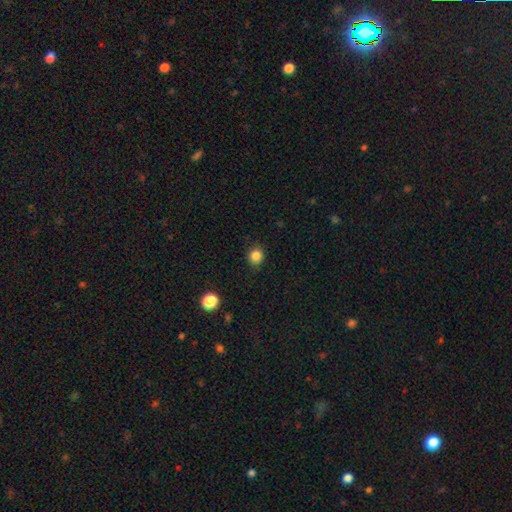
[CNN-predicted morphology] smooth 84%, star or artifact 12%, featured or disk 4%. Down the decision tree: how rounded — round (82%); merging — none (88%).